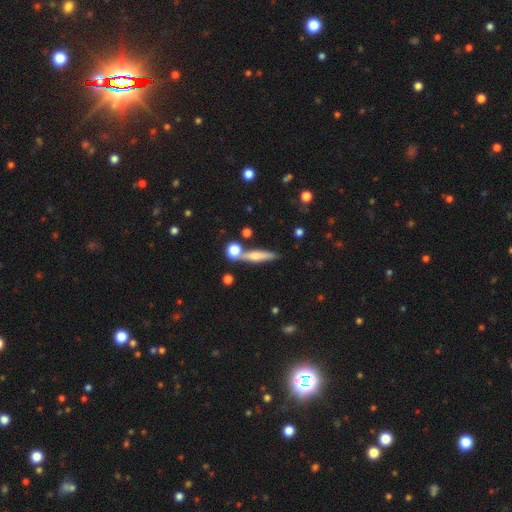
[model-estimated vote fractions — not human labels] The model was most divided on "smooth or featured": smooth: 48%, featured or disk: 44%, star or artifact: 8%. More confident: merging — none (71%).